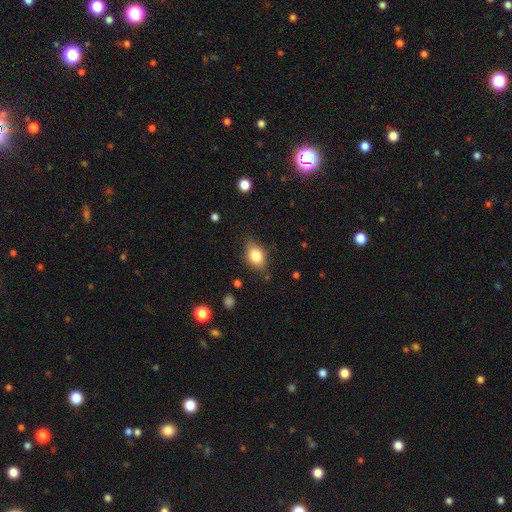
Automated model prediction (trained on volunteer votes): Overall: smooth (80%). How rounded: in between (76%). Merging: none (78%).